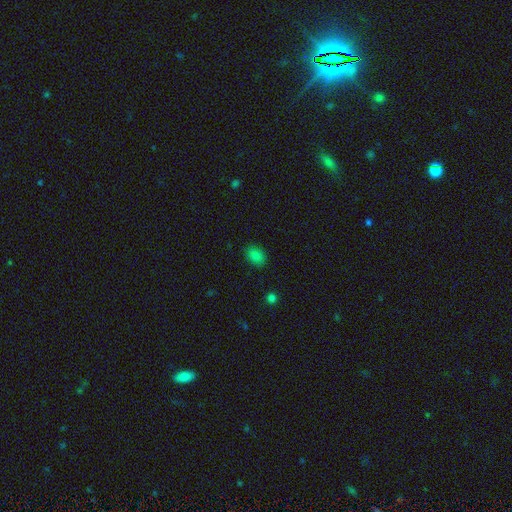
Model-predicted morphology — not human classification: smooth-or-featured: smooth: 83% | star or artifact: 13% | featured or disk: 4%
  how-rounded: in between: 75% | round: 24% | cigar-shaped: 1%
  merging: none: 86% | minor disturbance: 10% | major disturbance: 2% | merger: 1%